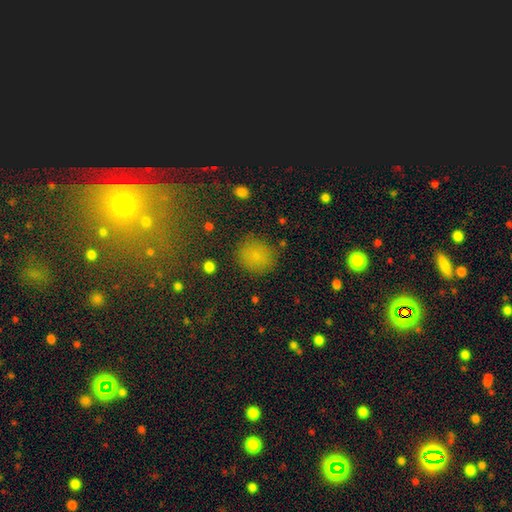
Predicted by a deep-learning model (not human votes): smooth_or_featured: smooth (p=0.78) [alt: star or artifact p=0.15]
how_rounded: round (p=0.79) [alt: in between p=0.20]
merging: none (p=0.86) [alt: minor disturbance p=0.09]